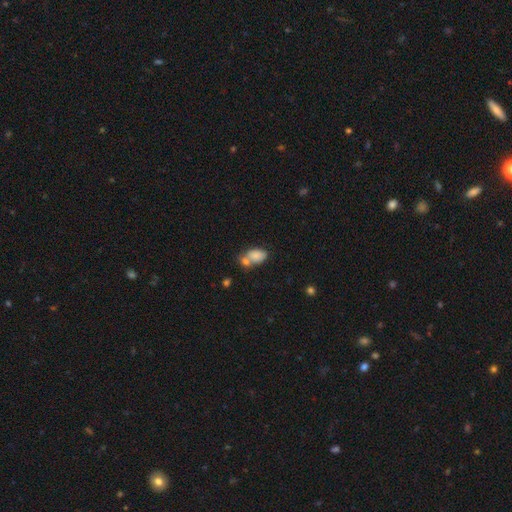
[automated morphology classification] Smooth or featured? Predicted: smooth (p=0.82). How rounded? Predicted: in between (p=0.87). Merging? Predicted: merger (p=0.48).